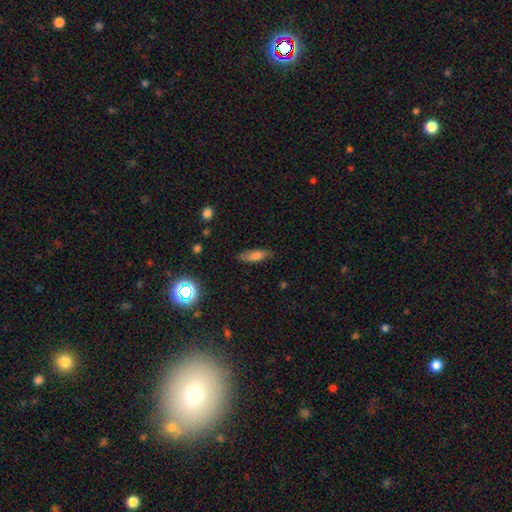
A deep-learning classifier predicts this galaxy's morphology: Smooth or featured: smooth — 74% (featured or disk — 17%)
How rounded: in between — 51% (cigar-shaped — 46%)
Merging: none — 79% (minor disturbance — 16%)